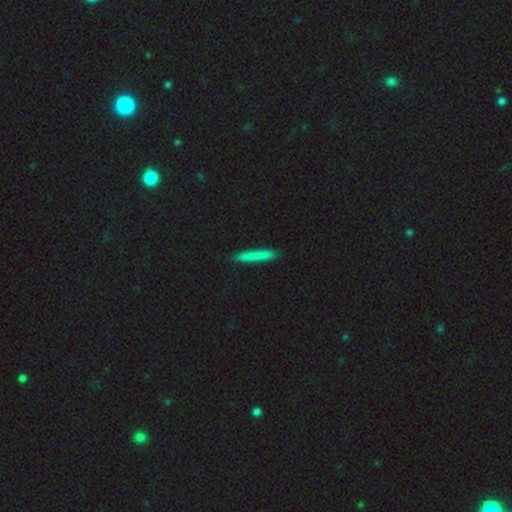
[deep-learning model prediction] Smooth or featured? smooth (78%)
How rounded? cigar-shaped (94%)
Merging? none (89%)